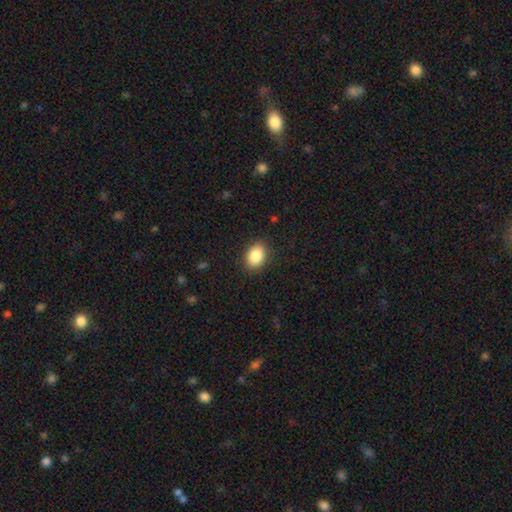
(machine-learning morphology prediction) smooth-or-featured: smooth: 88% | star or artifact: 8% | featured or disk: 5%
  how-rounded: in between: 79% | round: 20% | cigar-shaped: 1%
  merging: none: 88% | minor disturbance: 9% | major disturbance: 2% | merger: 1%